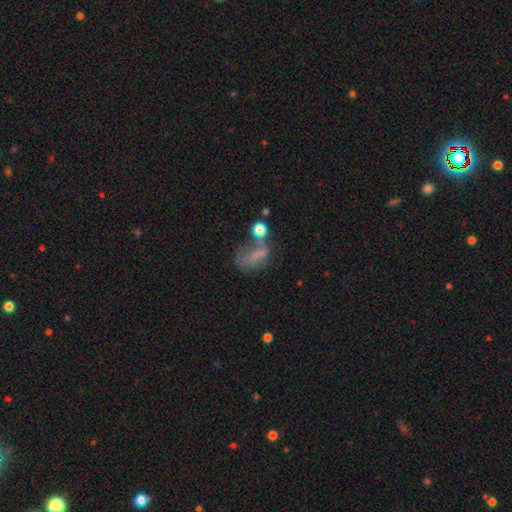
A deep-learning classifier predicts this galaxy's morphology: Overall: smooth (51%; featured or disk 28%). How rounded: in between (70%). Merging: major disturbance (39%; none 25%).